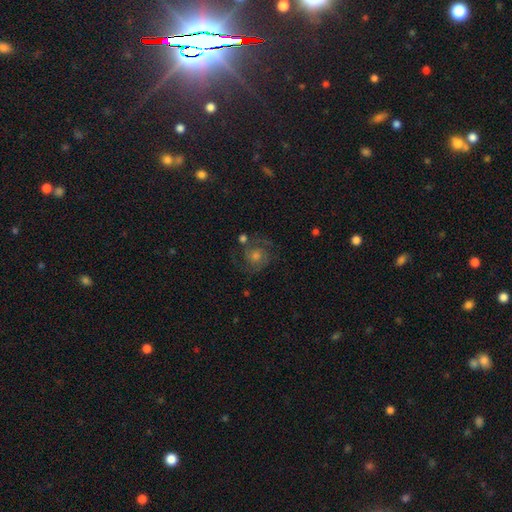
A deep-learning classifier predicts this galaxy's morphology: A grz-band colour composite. It shows a featured or disk galaxy (67%) with no bar (75%), 2 (70%) medium (46%) spiral arms (92%) and a moderate central bulge (56%). Merging: none (73%).